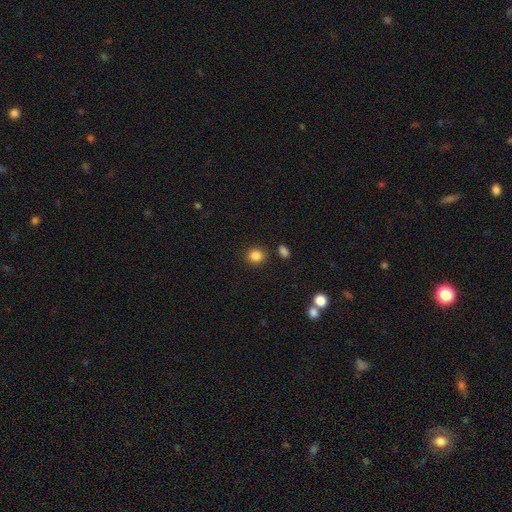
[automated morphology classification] A smooth galaxy with no disk features (86%) that is round (80%).

Vote fractions:
- Smooth or featured? smooth: 86% / star or artifact: 10% / featured or disk: 4%
- How rounded? round: 80% / in between: 19% / cigar-shaped: 1%
- Merging? none: 87% / minor disturbance: 7% / merger: 4% / major disturbance: 3%